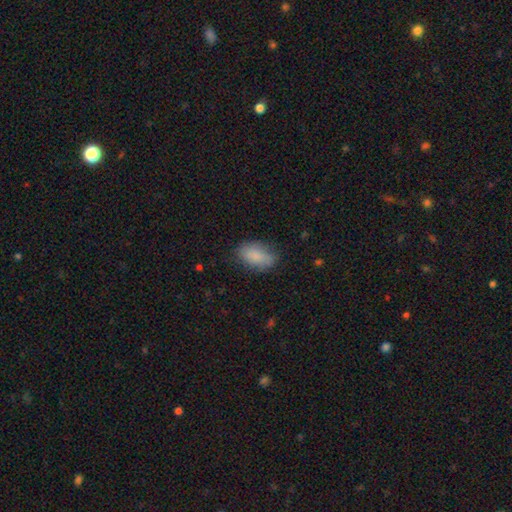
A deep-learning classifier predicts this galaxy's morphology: Q: Smooth or featured?
A: smooth (84%); runner-up: featured or disk (9%)
Q: How rounded?
A: in between (91%); runner-up: round (6%)
Q: Merging?
A: none (73%); runner-up: minor disturbance (20%)